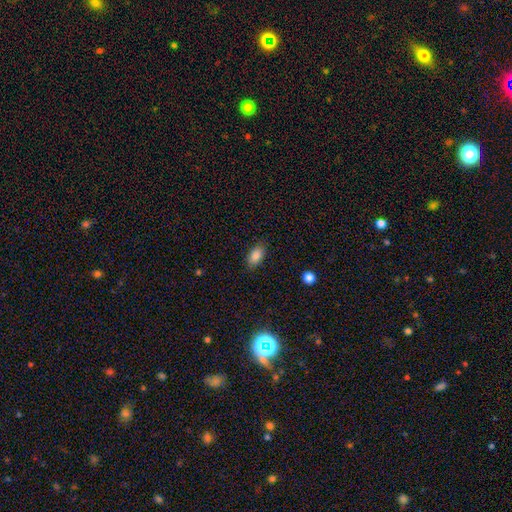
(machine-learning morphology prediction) Overall: smooth (87%). How rounded: in between (91%). Merging: none (86%).